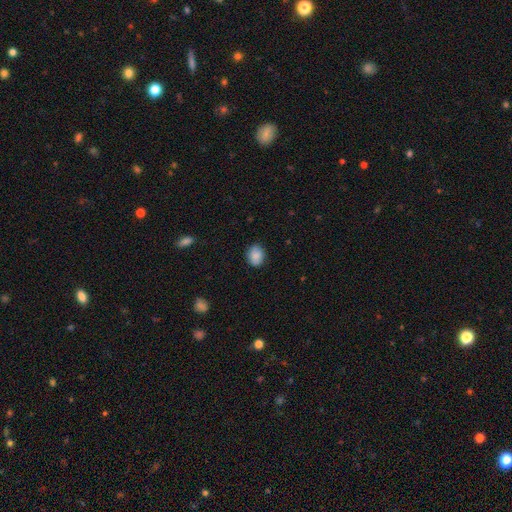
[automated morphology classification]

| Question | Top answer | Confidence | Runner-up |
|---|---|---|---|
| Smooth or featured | smooth | 86% | star or artifact (8%) |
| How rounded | in between | 50% | round (49%) |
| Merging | none | 81% | minor disturbance (15%) |